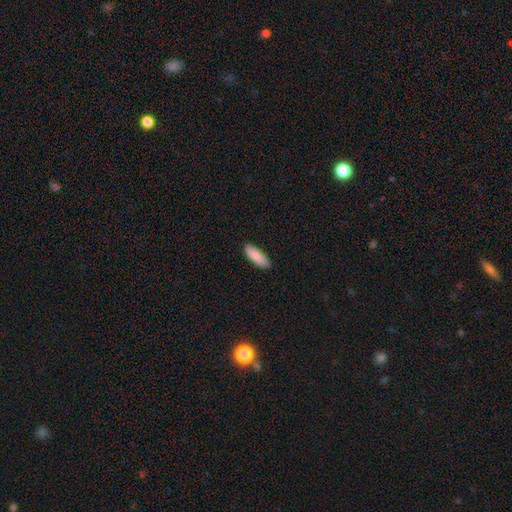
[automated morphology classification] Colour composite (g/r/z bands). It shows a smooth galaxy with no disk features (89%) that is in between round and cigar-shaped (64%). Merging: none (87%).